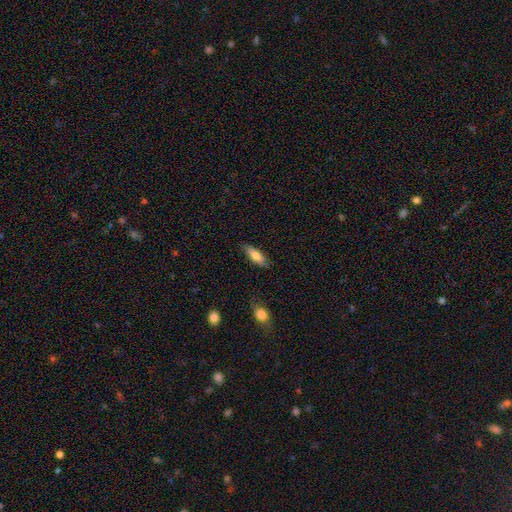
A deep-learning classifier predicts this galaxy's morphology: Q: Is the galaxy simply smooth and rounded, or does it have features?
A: smooth — 77%.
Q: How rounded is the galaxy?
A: in between — 61%.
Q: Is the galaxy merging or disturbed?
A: none — 82%.